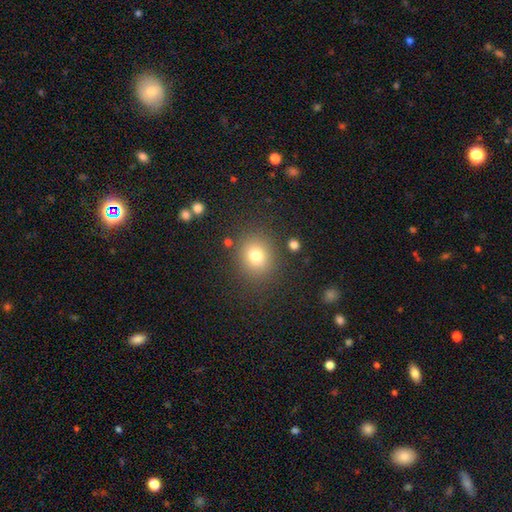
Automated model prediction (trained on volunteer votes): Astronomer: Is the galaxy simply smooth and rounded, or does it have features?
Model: smooth — 77%.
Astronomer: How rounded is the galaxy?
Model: round — 80%.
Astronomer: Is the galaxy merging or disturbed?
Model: none — 84%.